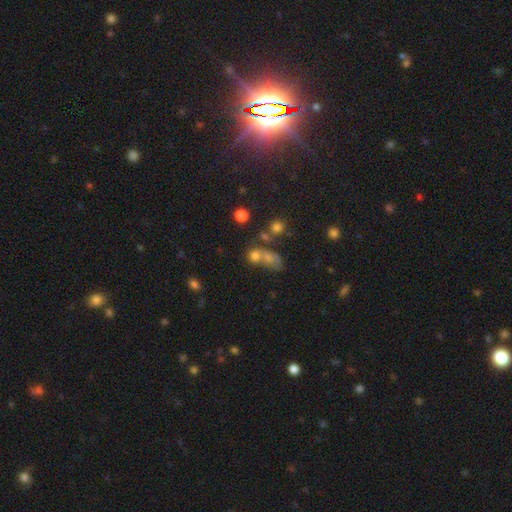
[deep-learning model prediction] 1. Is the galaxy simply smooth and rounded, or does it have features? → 67% smooth, 18% star or artifact, 15% featured or disk.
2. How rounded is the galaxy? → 64% round, 34% in between, 2% cigar-shaped.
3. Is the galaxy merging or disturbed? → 50% merger, 31% none, 10% major disturbance, 9% minor disturbance.